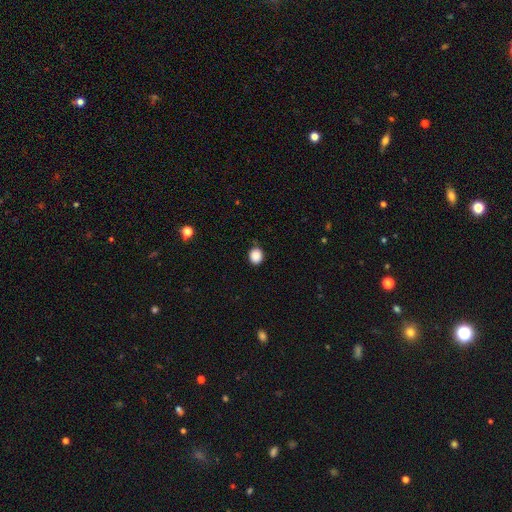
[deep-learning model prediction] smooth 88%, star or artifact 9%, featured or disk 3%. Down the decision tree: how rounded — round (75%); merging — none (84%).